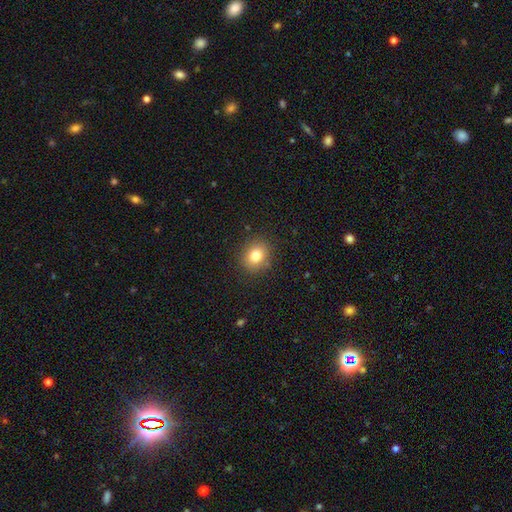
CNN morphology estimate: type=smooth (80%); roundness=round (70%); merging=none (88%).